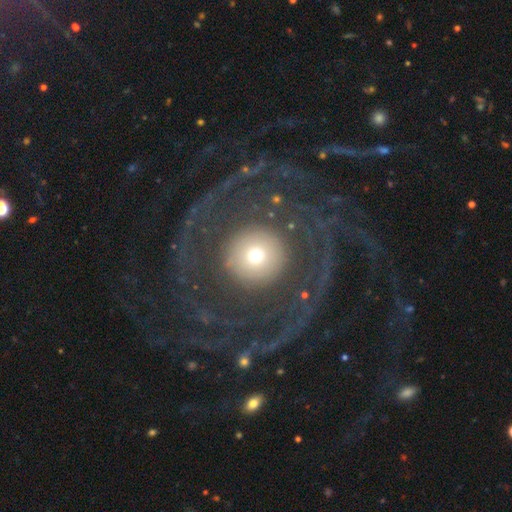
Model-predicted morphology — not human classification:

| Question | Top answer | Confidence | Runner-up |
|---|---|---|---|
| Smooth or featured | featured or disk | 68% | smooth (22%) |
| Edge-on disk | no | 95% | yes (5%) |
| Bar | no | 86% | weak (10%) |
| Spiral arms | yes | 72% | no (28%) |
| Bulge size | small | 44% | moderate (36%) |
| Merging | none | 73% | major disturbance (16%) |